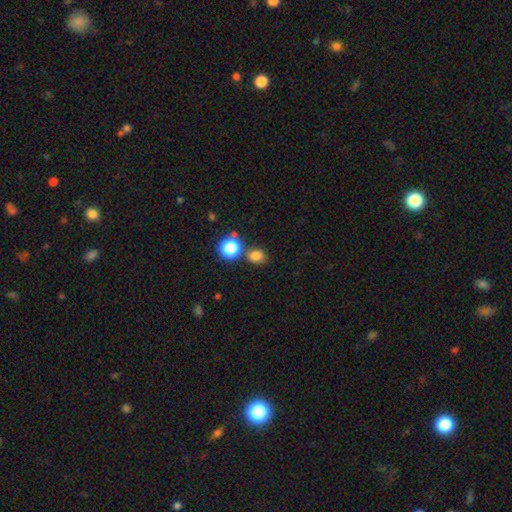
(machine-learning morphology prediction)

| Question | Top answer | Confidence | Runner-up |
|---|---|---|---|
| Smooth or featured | smooth | 77% | star or artifact (17%) |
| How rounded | round | 58% | in between (41%) |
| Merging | none | 70% | merger (14%) |